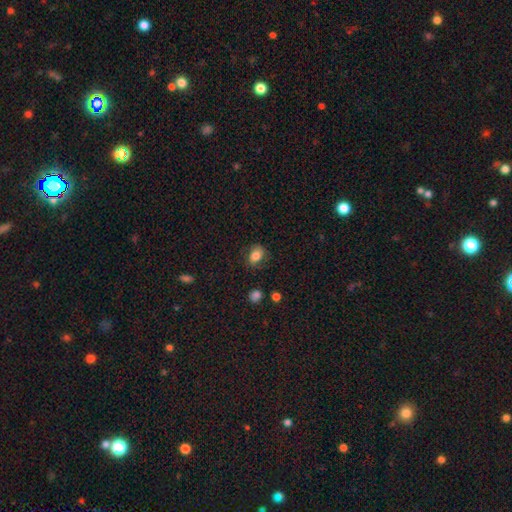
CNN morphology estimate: This is likely a smooth galaxy (79%). How rounded: likely in between (73%). Merging: likely none (76%).